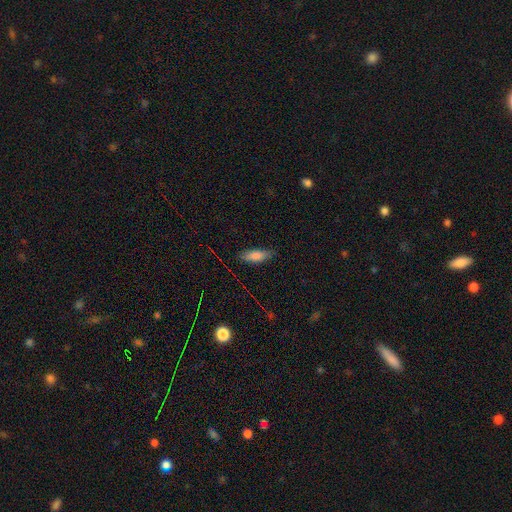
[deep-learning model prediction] Smooth or featured? smooth (78%)
How rounded? in between (59%)
Merging? none (82%)